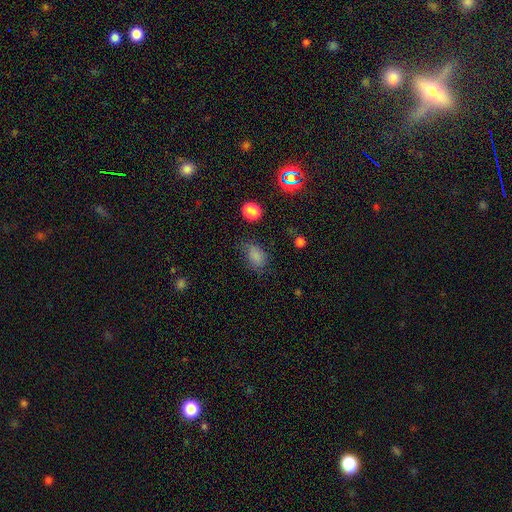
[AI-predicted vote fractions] Smooth or featured?
  - smooth: 77% *
  - star or artifact: 15%
  - featured or disk: 7%
How rounded?
  - in between: 77% *
  - round: 21%
  - cigar-shaped: 2%
Merging?
  - none: 61% *
  - minor disturbance: 26%
  - major disturbance: 10%
  - merger: 3%